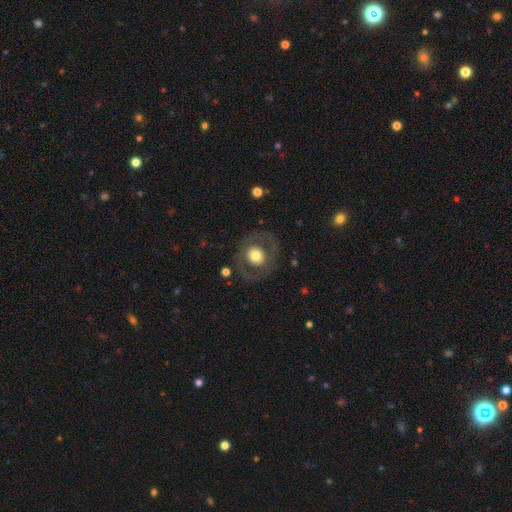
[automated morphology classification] smooth-or-featured: smooth: 50% | featured or disk: 43% | star or artifact: 7%
  merging: none: 80% | minor disturbance: 10% | major disturbance: 9% | merger: 1%